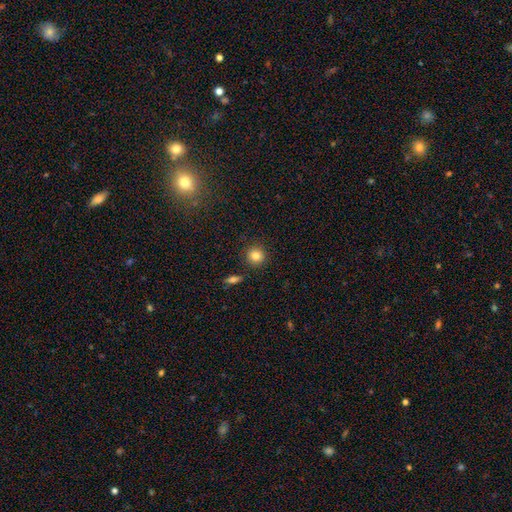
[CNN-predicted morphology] type=smooth (84%); roundness=round (91%); merging=none (89%).